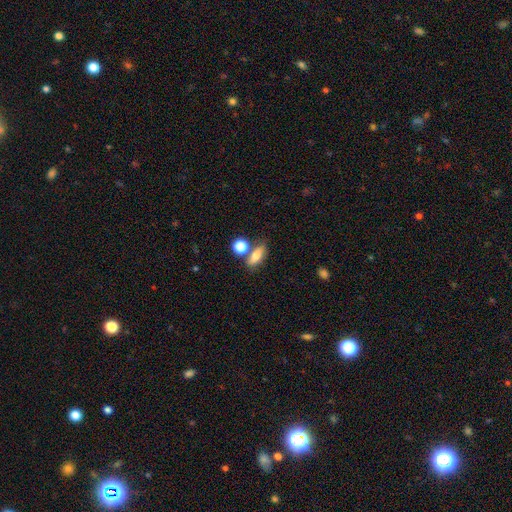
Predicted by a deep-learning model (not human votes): Smooth or featured?
  - smooth: 69% *
  - featured or disk: 21%
  - star or artifact: 10%
How rounded?
  - in between: 65% *
  - cigar-shaped: 20%
  - round: 15%
Merging?
  - none: 61% *
  - merger: 21%
  - minor disturbance: 13%
  - major disturbance: 5%